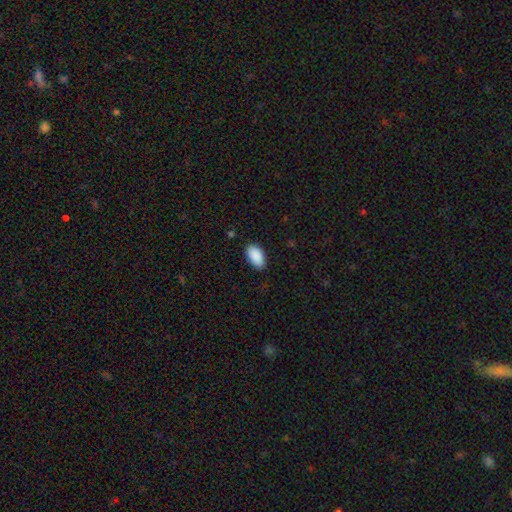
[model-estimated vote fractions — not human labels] smooth-or-featured: smooth: 90% | star or artifact: 6% | featured or disk: 3%
  how-rounded: in between: 95% | round: 3% | cigar-shaped: 2%
  merging: none: 83% | minor disturbance: 13% | major disturbance: 3% | merger: 1%